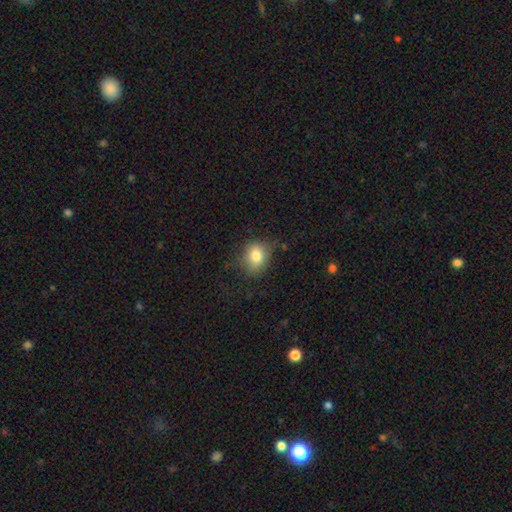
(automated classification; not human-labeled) Smooth or featured: smooth — 78% (featured or disk — 11%)
How rounded: round — 55% (in between — 44%)
Merging: none — 68% (minor disturbance — 23%)